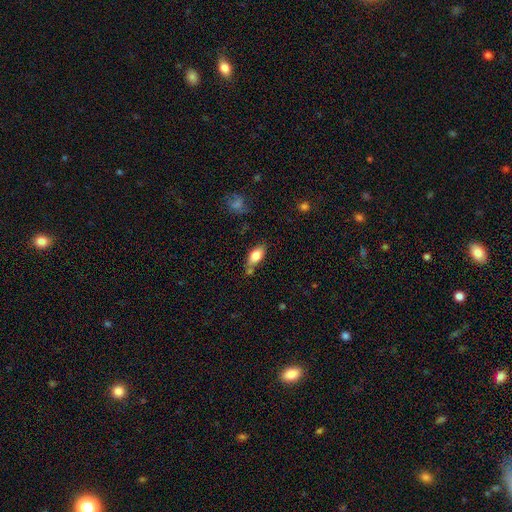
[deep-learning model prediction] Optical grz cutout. It shows a smooth galaxy with no disk features (77%) that is in between round and cigar-shaped (85%). Merging: none (64%).